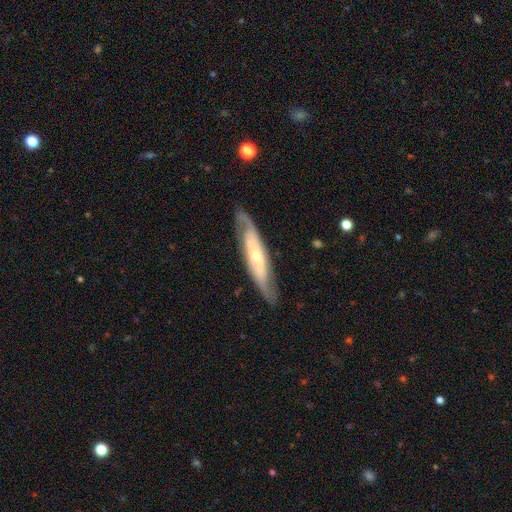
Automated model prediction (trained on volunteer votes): Overall: featured or disk (75%). Edge-on disk: no (64%; yes 36%). Merging: none (80%).